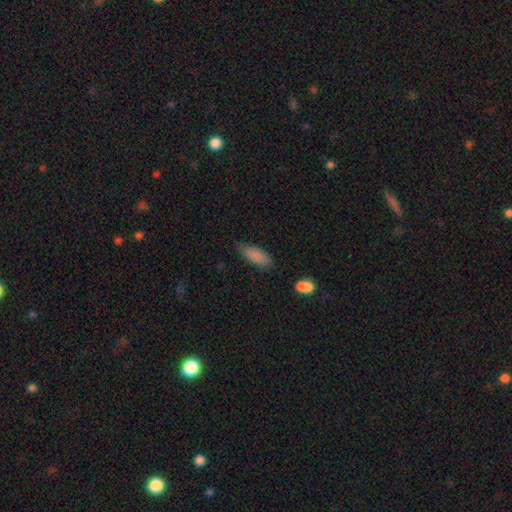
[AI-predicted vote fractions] Overall: smooth (86%). How rounded: in between (73%). Merging: none (69%).